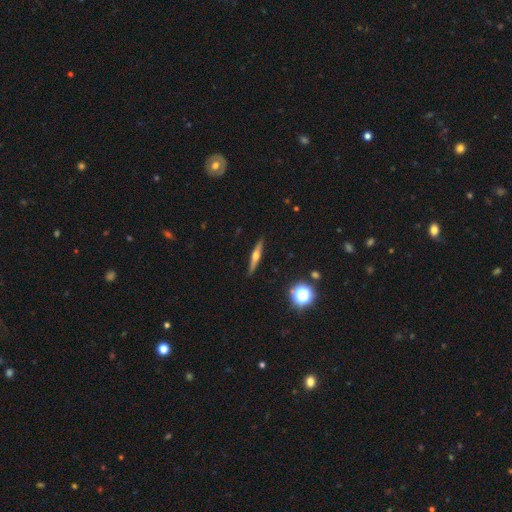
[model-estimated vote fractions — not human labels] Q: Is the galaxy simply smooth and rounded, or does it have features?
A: featured or disk — 66%.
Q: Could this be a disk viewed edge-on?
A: yes — 97%.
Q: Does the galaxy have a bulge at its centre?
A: rounded — 92%.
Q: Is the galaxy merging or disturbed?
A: none — 90%.